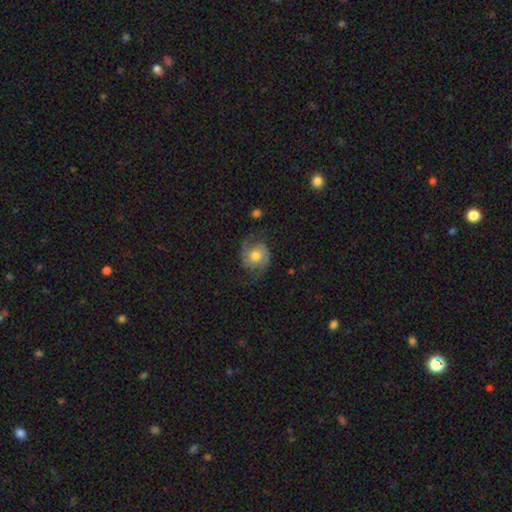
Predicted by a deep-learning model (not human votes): featured or disk 70%, smooth 23%, star or artifact 7%. Down the decision tree: edge-on disk — no (97%); bar — no (75%); spiral arms — yes (92%); spiral arm count — 2 (90%); spiral winding — medium (47%); bulge size — moderate (71%); merging — none (70%).